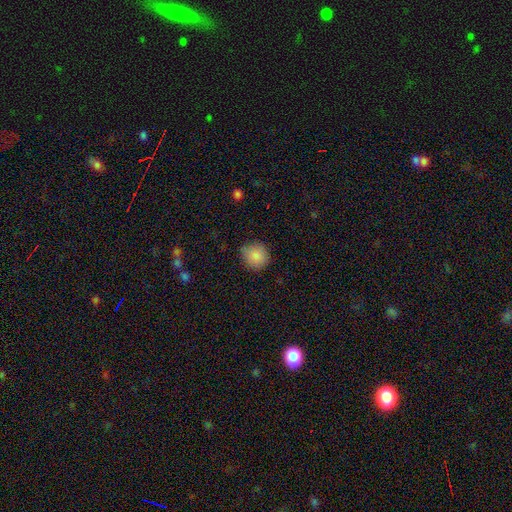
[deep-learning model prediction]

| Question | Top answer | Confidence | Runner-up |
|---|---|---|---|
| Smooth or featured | smooth | 87% | star or artifact (9%) |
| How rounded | round | 89% | in between (10%) |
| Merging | none | 78% | minor disturbance (17%) |